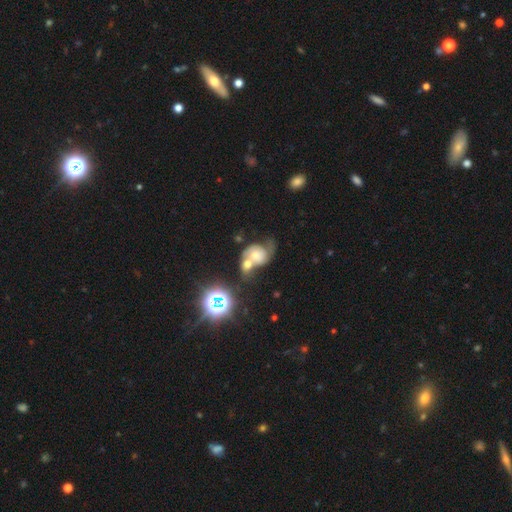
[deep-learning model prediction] The model was most divided on "smooth or featured": featured or disk: 47%, smooth: 36%, star or artifact: 17%. More confident: merging — merger (63%).